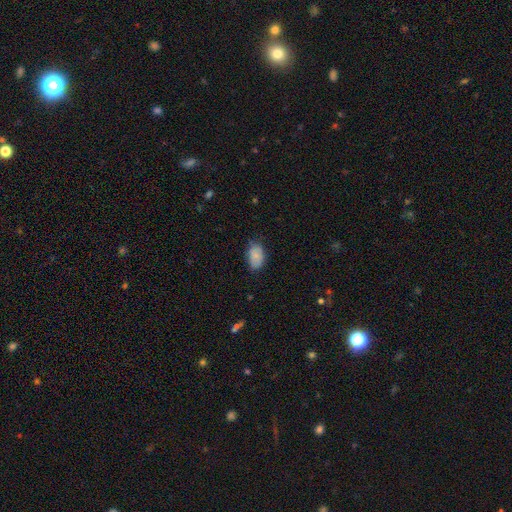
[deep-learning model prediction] Overall: smooth (80%). How rounded: in between (92%). Merging: none (73%).